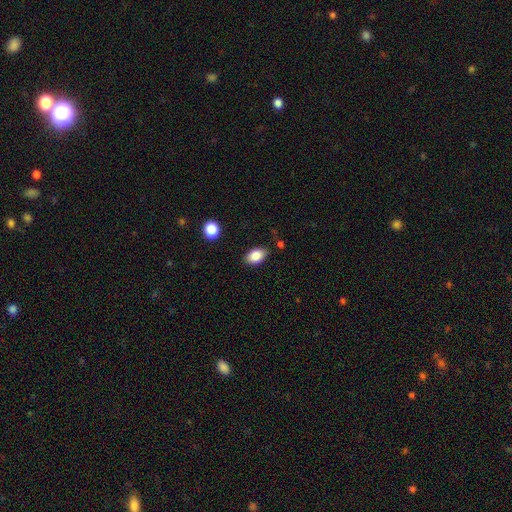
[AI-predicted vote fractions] smooth_or_featured: smooth (p=0.86) [alt: star or artifact p=0.08]
how_rounded: in between (p=0.88) [alt: round p=0.11]
merging: none (p=0.82) [alt: minor disturbance p=0.13]